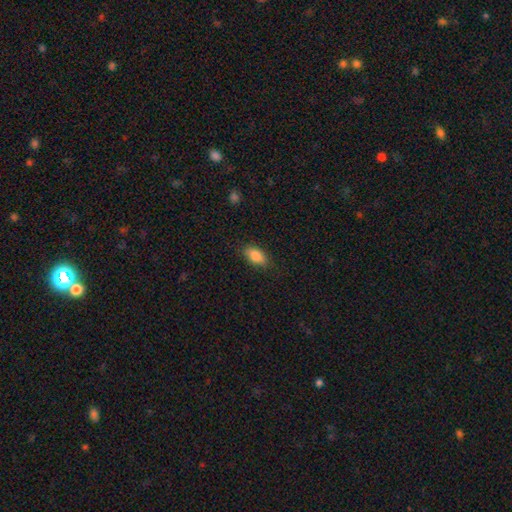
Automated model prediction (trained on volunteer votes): Morphology: type=smooth (86%); roundness=in between (89%); merging=none (83%).